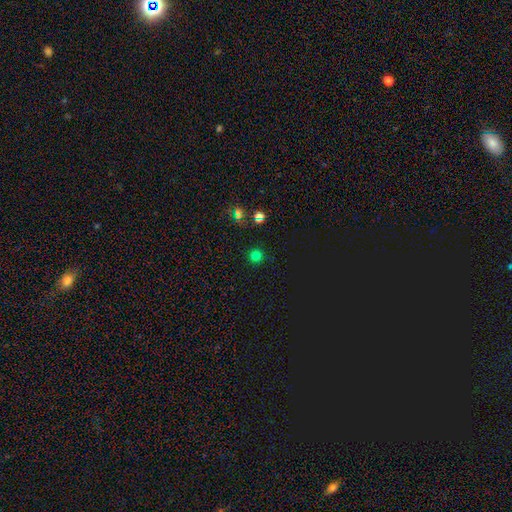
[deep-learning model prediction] Q: Smooth or featured?
A: smooth (72%); runner-up: star or artifact (24%)
Q: How rounded?
A: round (95%); runner-up: in between (4%)
Q: Merging?
A: none (90%); runner-up: minor disturbance (6%)